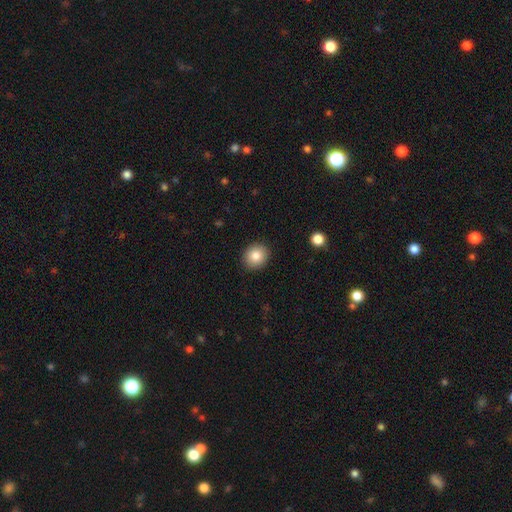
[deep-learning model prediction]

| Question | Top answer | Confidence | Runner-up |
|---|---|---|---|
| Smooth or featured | smooth | 84% | star or artifact (9%) |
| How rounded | round | 77% | in between (22%) |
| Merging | none | 91% | minor disturbance (6%) |